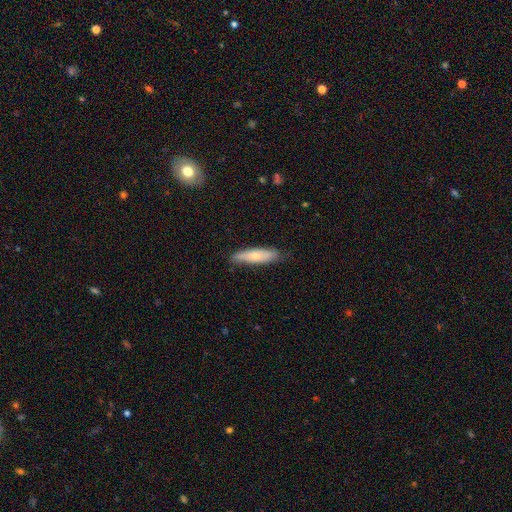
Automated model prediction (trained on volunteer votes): A smooth galaxy with no disk features (67%) that is cigar-shaped (67%). Merging: none (75%).